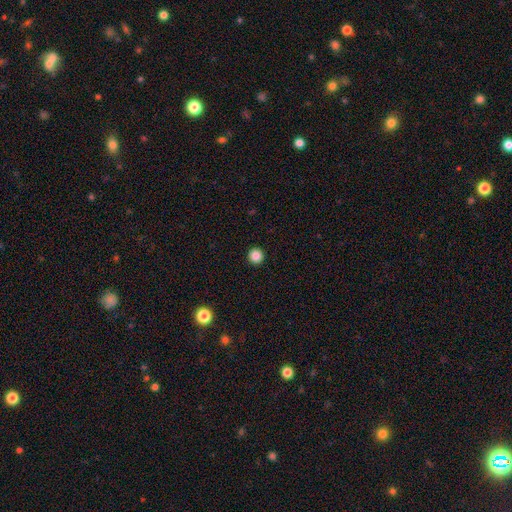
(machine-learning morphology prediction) Smooth or featured: smooth — 86% (star or artifact — 11%)
How rounded: round — 97% (in between — 3%)
Merging: none — 94% (minor disturbance — 3%)